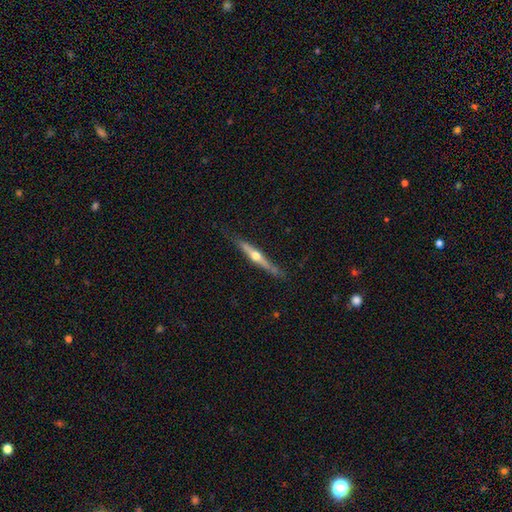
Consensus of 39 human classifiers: This appears to be a featured or disk galaxy (67%) viewed edge-on (96%) with a rounded central bulge (92%). Merging: none (67%).